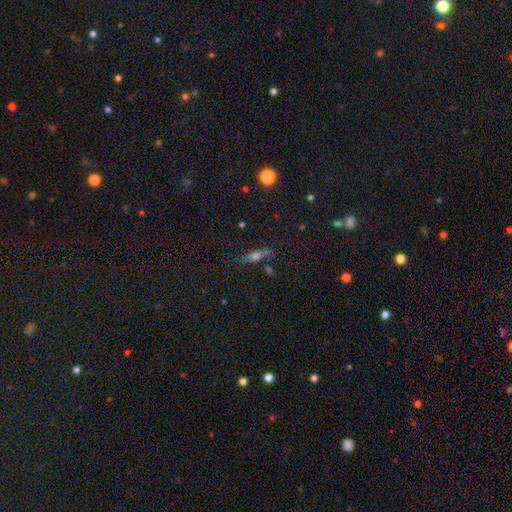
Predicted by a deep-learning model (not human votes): Smooth or featured?
  - featured or disk: 46% *
  - smooth: 39%
  - star or artifact: 15%
Merging?
  - none: 76% *
  - minor disturbance: 14%
  - merger: 5%
  - major disturbance: 4%